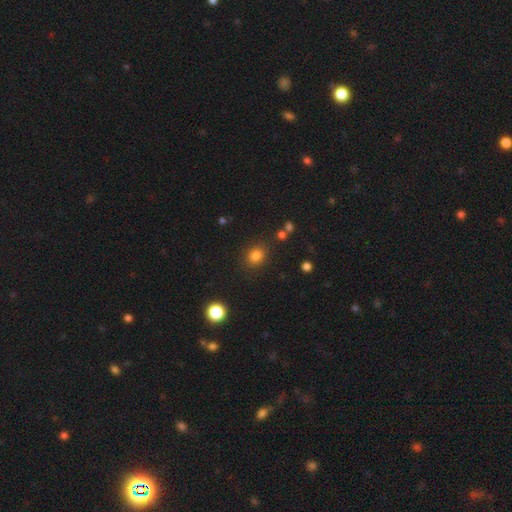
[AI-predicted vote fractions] Smooth or featured: smooth — 82% (star or artifact — 13%)
How rounded: round — 63% (in between — 36%)
Merging: none — 85% (minor disturbance — 9%)